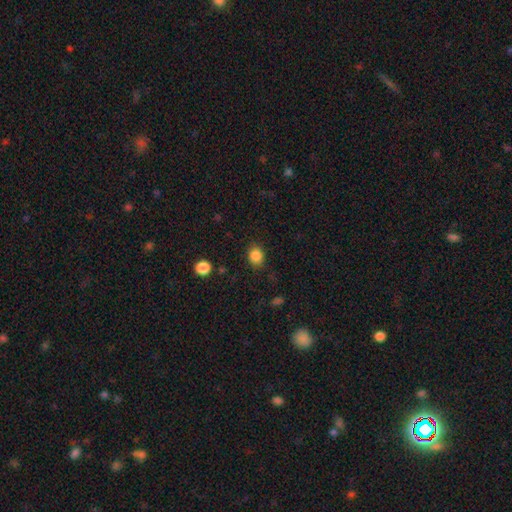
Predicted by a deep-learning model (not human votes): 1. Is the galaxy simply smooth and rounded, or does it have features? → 85% smooth, 11% star or artifact, 4% featured or disk.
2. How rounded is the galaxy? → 60% round, 39% in between, 1% cigar-shaped.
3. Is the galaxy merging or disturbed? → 83% none, 12% minor disturbance, 3% major disturbance, 2% merger.